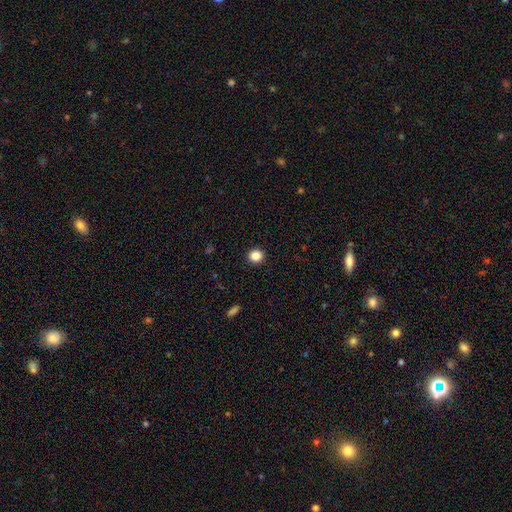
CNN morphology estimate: type=smooth (85%); roundness=round (91%); merging=none (93%).